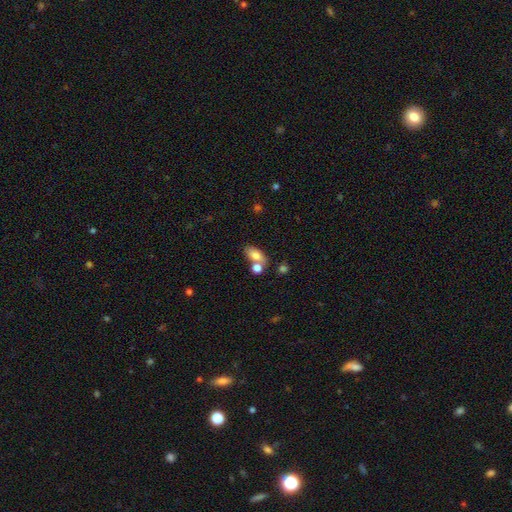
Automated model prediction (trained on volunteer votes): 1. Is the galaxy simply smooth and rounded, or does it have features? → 79% smooth, 12% featured or disk, 9% star or artifact.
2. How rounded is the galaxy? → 87% in between, 8% round, 5% cigar-shaped.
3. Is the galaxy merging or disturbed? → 48% none, 35% merger, 13% minor disturbance, 5% major disturbance.